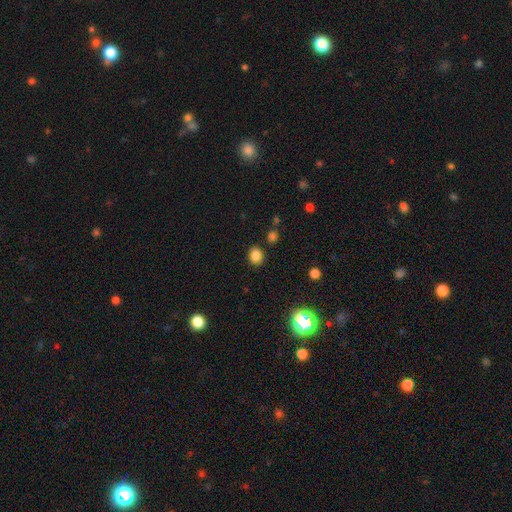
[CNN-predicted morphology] Smooth or featured? smooth (83%)
How rounded? round (65%)
Merging? none (86%)